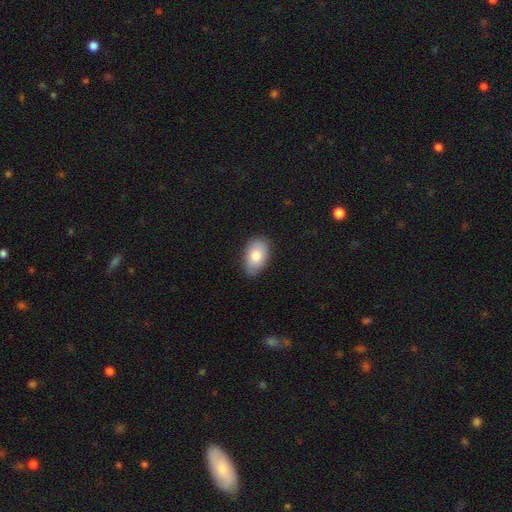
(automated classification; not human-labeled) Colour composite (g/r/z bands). It shows a smooth galaxy with no disk features (80%) that is in between round and cigar-shaped (91%). Merging: none (81%).